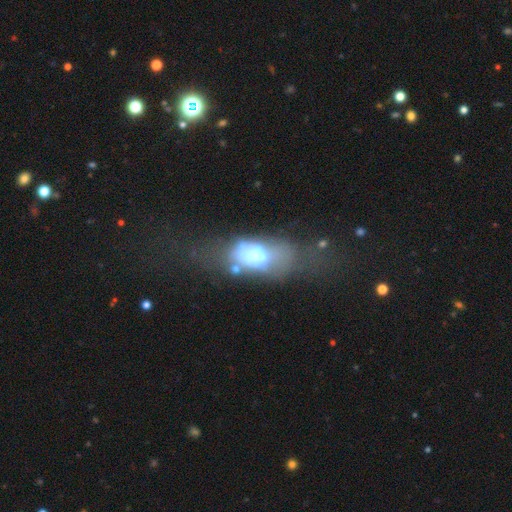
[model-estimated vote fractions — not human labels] featured or disk 50%, smooth 36%, star or artifact 14%. Down the decision tree: edge-on disk — no (93%); merging — major disturbance (33%).